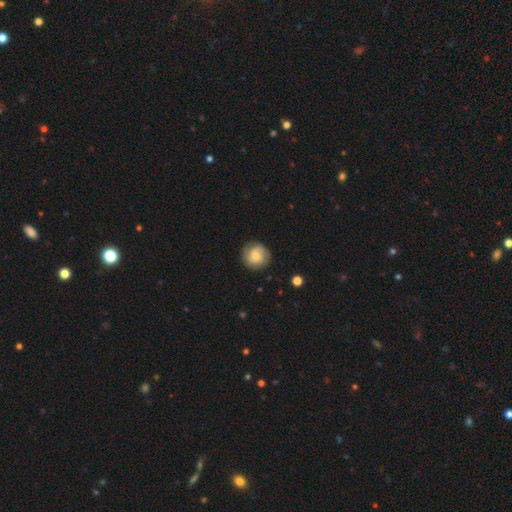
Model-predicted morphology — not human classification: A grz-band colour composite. It shows a smooth galaxy with no disk features (55%) that is round (91%). Merging: none (82%).